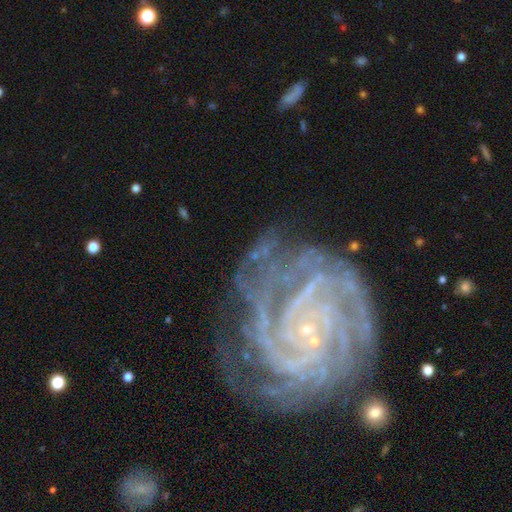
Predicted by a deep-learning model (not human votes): A featured or disk galaxy (83%) with no bar (57%), tight (70%) spiral arms (95%) and a small central bulge (79%).

Vote fractions:
- Smooth or featured? featured or disk: 83% / star or artifact: 10% / smooth: 6%
- Edge-on disk? no: 97% / yes: 3%
- Bar? no: 57% / weak: 26% / strong: 17%
- Spiral arms? yes: 95% / no: 5%
- Spiral winding? tight: 70% / medium: 24% / loose: 6%
- Spiral arm count? can't tell: 23% / 2: 22% / 3: 19% / 4: 15% / more than 4: 12% / 1: 10%
- Bulge size? small: 79% / moderate: 12% / none: 6% / large: 2% / dominant: 1%
- Merging? none: 62% / minor disturbance: 18% / major disturbance: 16% / merger: 4%